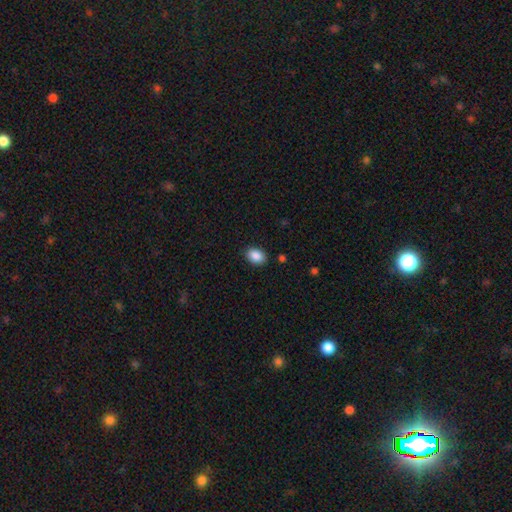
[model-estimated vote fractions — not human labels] A smooth galaxy with no disk features (88%) that is in between round and cigar-shaped (75%). Merging: none (87%).